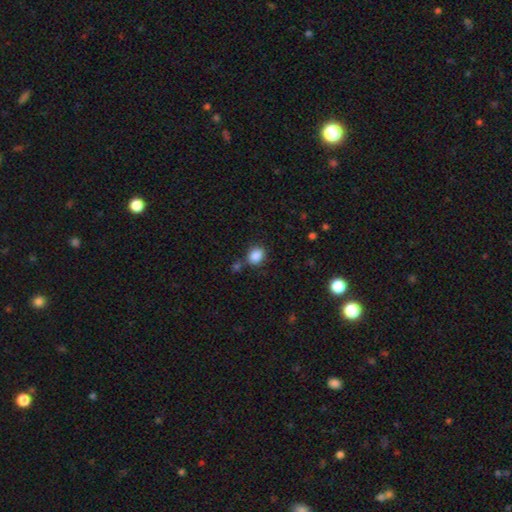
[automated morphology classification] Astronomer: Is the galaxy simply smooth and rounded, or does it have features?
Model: smooth — 87%.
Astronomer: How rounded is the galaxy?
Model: round — 50% (runner-up: in between, 49%).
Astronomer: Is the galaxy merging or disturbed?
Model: none — 74%.